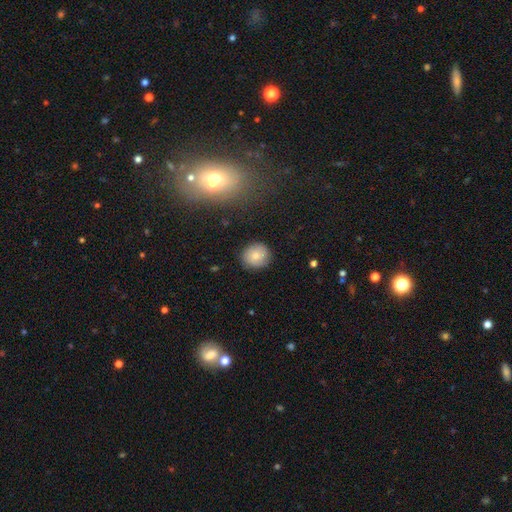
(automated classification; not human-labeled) Q: Smooth or featured?
A: smooth (74%); runner-up: featured or disk (17%)
Q: How rounded?
A: round (84%); runner-up: in between (15%)
Q: Merging?
A: none (84%); runner-up: minor disturbance (12%)